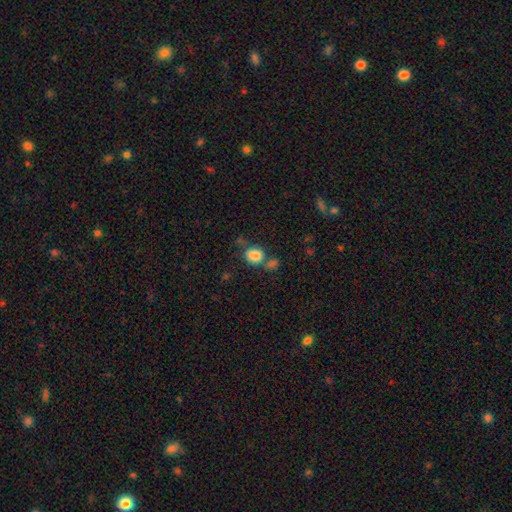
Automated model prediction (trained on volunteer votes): Smooth or featured: smooth — 81% (star or artifact — 11%)
How rounded: round — 71% (in between — 28%)
Merging: none — 56% (merger — 22%)